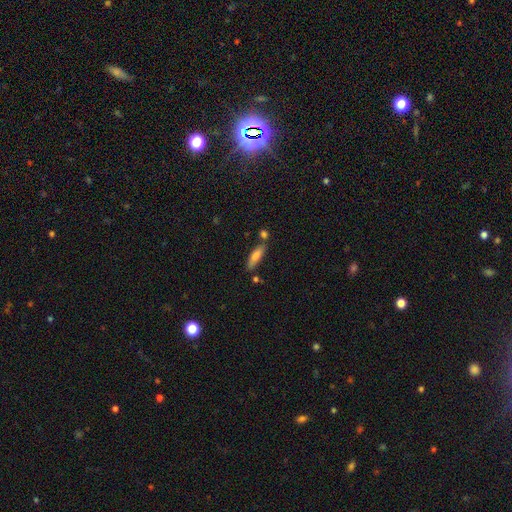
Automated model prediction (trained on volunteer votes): This appears to be a smooth galaxy with no disk features (75%) that is cigar-shaped (59%). Merging: none (69%).